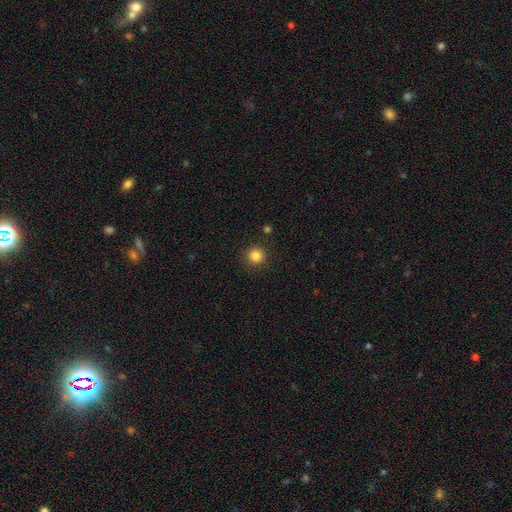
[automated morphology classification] type=smooth (84%); roundness=round (94%); merging=none (90%).